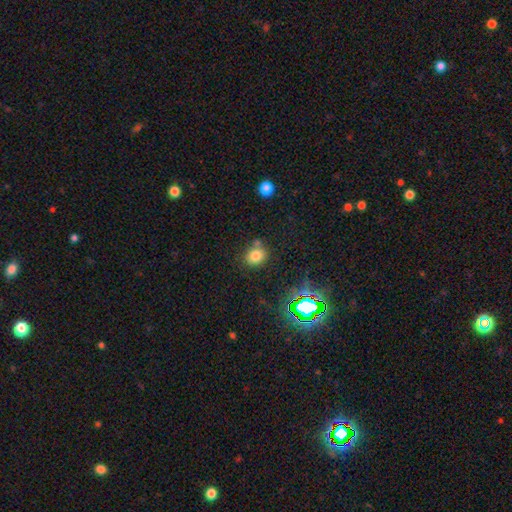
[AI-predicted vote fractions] Morphology: type=smooth (77%); roundness=round (66%); merging=none (68%).